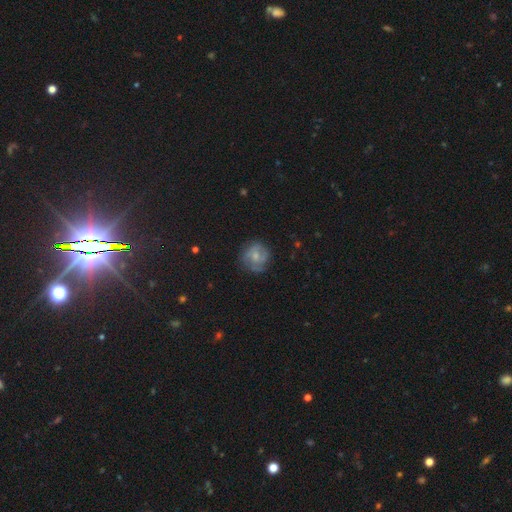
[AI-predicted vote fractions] Smooth or featured: featured or disk — 51% (smooth — 40%)
Edge-on disk: no — 97% (yes — 3%)
Bar: no — 68% (weak — 27%)
Spiral arms: yes — 71% (no — 29%)
Bulge size: small — 48% (moderate — 40%)
Merging: none — 70% (minor disturbance — 20%)